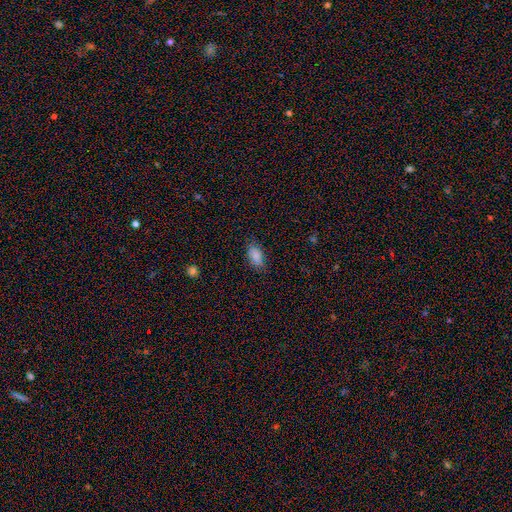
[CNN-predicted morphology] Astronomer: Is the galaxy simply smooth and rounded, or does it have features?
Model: smooth — 85%.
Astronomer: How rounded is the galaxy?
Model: in between — 92%.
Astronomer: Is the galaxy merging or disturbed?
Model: none — 78%.